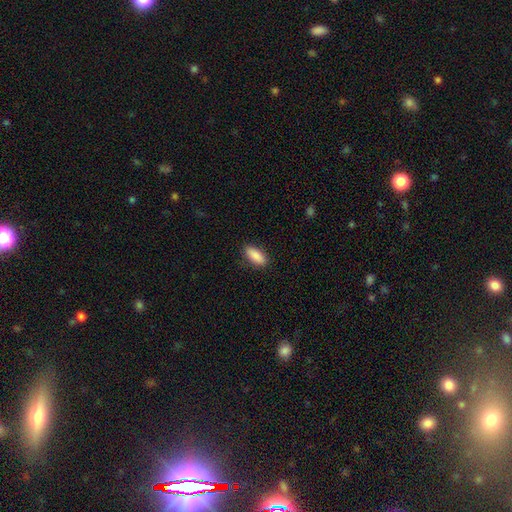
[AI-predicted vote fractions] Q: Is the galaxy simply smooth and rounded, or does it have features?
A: smooth — 88%.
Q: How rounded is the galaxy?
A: in between — 76%.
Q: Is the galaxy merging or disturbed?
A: none — 88%.